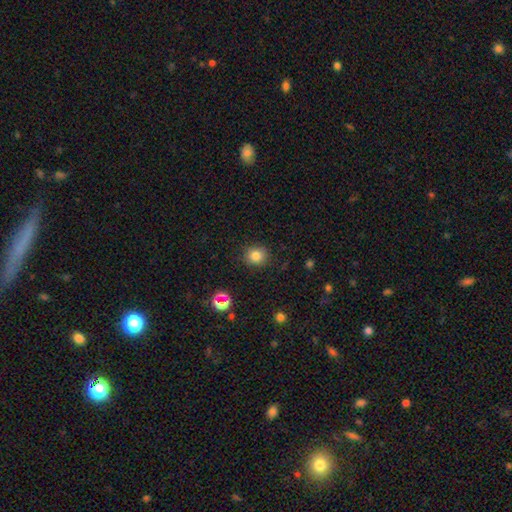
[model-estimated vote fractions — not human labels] Overall: smooth (81%). How rounded: round (85%). Merging: none (87%).